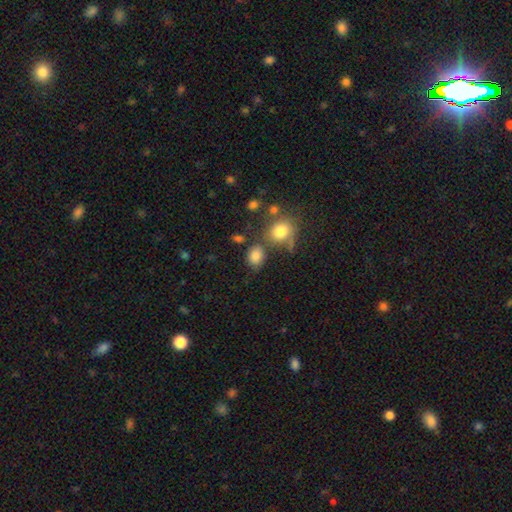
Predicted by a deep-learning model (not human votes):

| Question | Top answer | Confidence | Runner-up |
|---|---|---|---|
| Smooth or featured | smooth | 82% | star or artifact (11%) |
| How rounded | in between | 58% | round (40%) |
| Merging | none | 64% | minor disturbance (16%) |